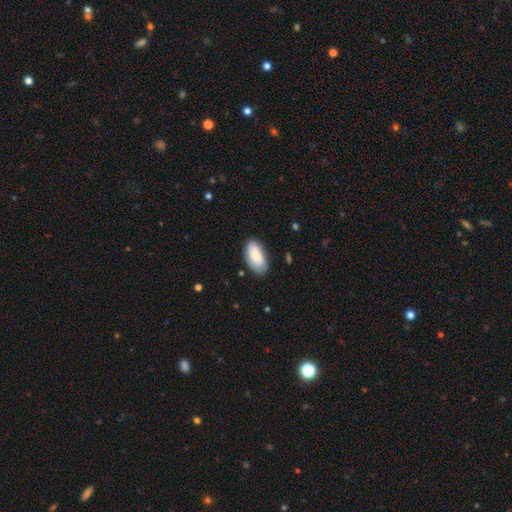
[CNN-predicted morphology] smooth_or_featured: smooth (p=0.80) [alt: featured or disk p=0.14]
how_rounded: in between (p=0.94) [alt: cigar-shaped p=0.04]
merging: none (p=0.77) [alt: minor disturbance p=0.19]